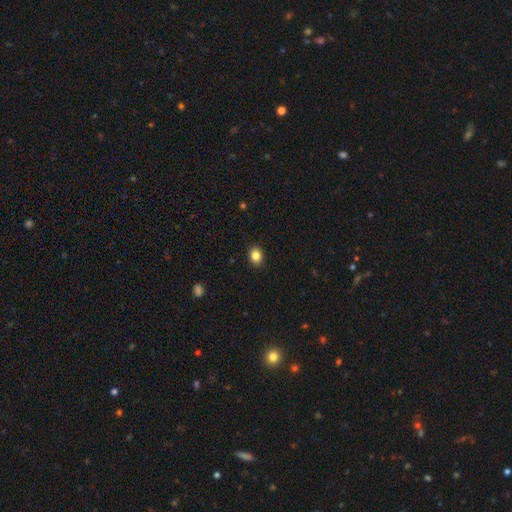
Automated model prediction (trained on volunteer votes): The model was most divided on "how rounded": round: 56%, in between: 44%, cigar-shaped: 1%. More confident: merging — none (90%); smooth or featured — smooth (85%).